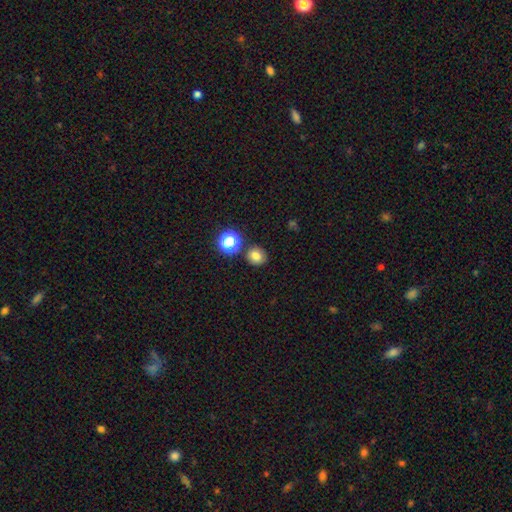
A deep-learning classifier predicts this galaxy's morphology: This appears to be a smooth galaxy with no disk features (76%) that is round (85%). Merging: none (83%).